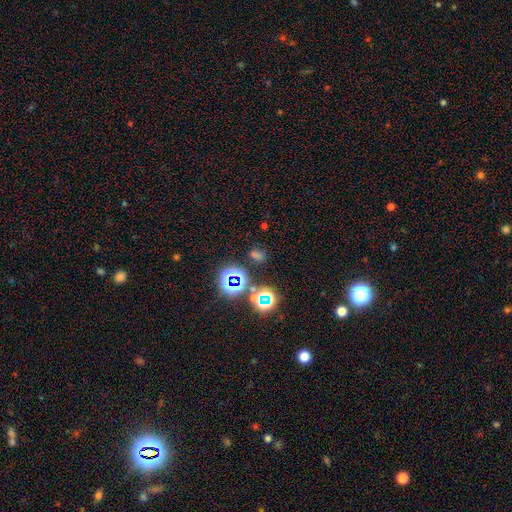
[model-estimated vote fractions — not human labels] Overall: star or artifact (63%; smooth 28%).